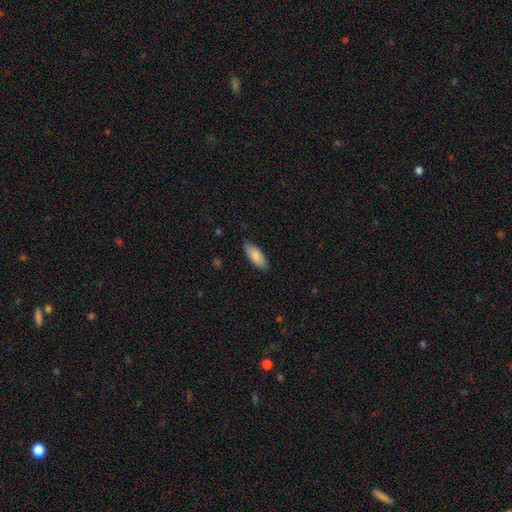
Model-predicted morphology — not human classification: This appears to be a smooth galaxy with no disk features (84%) that is in between round and cigar-shaped (79%). Merging: none (84%).